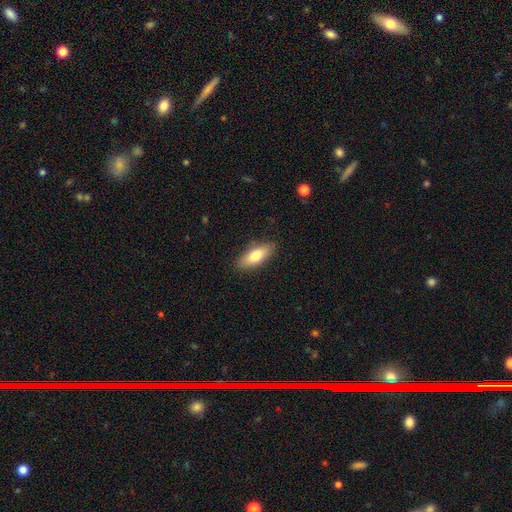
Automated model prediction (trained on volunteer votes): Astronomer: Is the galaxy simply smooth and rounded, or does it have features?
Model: smooth — 77%.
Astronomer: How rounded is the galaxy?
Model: in between — 76%.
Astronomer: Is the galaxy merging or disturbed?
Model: none — 85%.